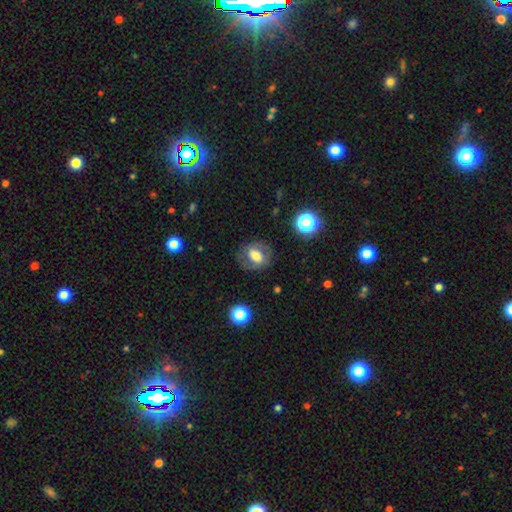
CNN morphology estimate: smooth-or-featured: smooth: 53% | featured or disk: 37% | star or artifact: 10%
  how-rounded: in between: 56% | round: 43% | cigar-shaped: 2%
  merging: none: 75% | minor disturbance: 15% | major disturbance: 9% | merger: 1%